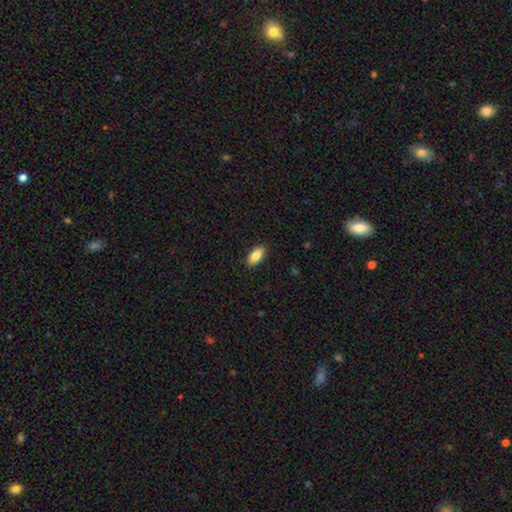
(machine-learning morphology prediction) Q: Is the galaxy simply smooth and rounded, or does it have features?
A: smooth — 86%.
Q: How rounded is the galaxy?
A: in between — 89%.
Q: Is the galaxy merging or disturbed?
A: none — 89%.